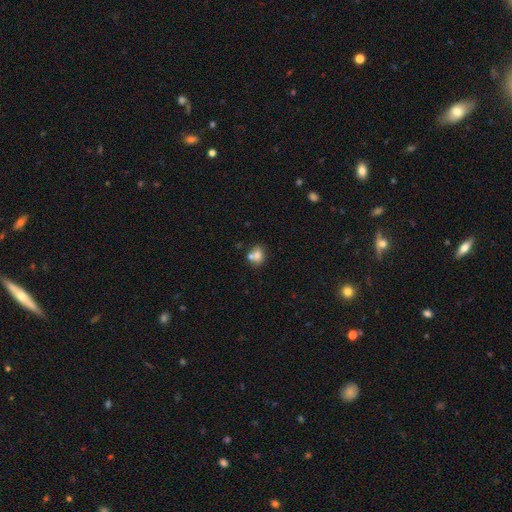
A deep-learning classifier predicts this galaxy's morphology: type=smooth (74%); roundness=round (57%); merging=none (48%).